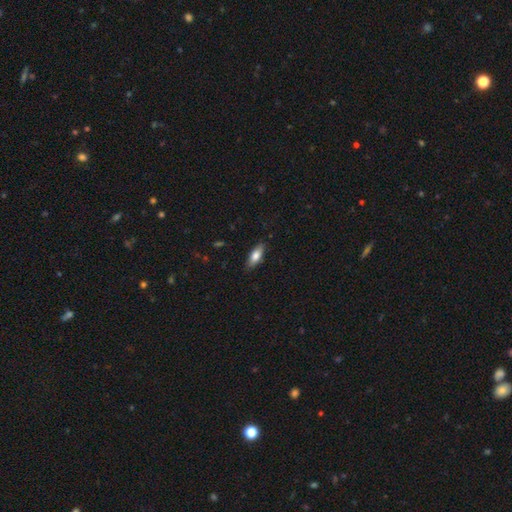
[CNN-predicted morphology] smooth-or-featured: smooth: 75% | featured or disk: 18% | star or artifact: 6%
  how-rounded: in between: 71% | cigar-shaped: 27% | round: 2%
  merging: none: 86% | minor disturbance: 11% | major disturbance: 2% | merger: 1%